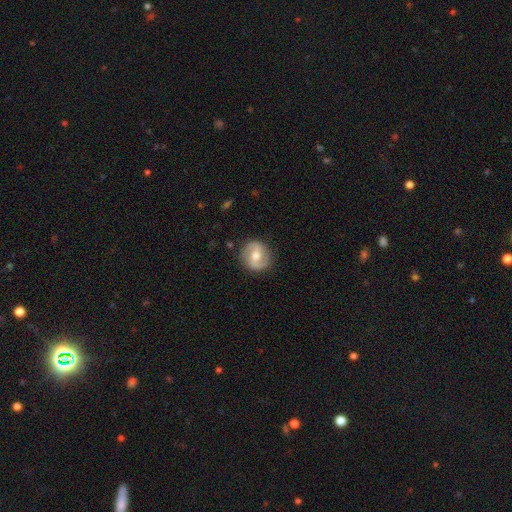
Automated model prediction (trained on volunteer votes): The model was most divided on "bar": weak: 46%, strong: 29%, no: 24%. More confident: edge-on disk — no (97%); merging — none (86%); spiral arms — yes (79%); bulge size — moderate (73%); smooth or featured — featured or disk (64%).